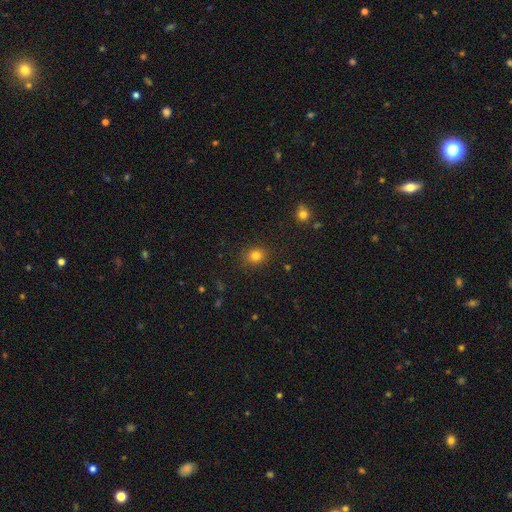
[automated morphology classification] This is clearly a smooth galaxy (81%). How rounded: likely round (69%). Merging: clearly none (87%).